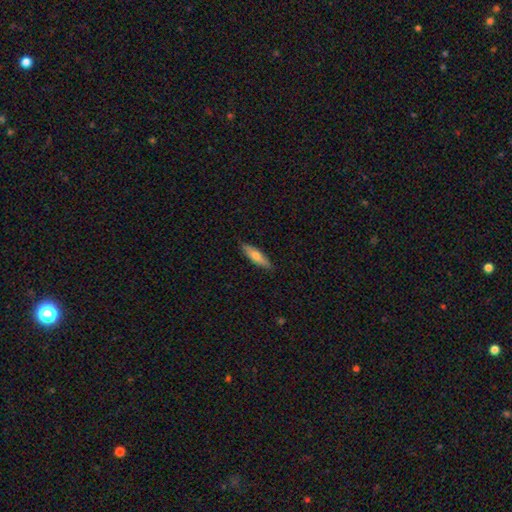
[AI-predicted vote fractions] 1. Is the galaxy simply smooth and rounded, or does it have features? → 70% smooth, 25% featured or disk, 6% star or artifact.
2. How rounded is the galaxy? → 65% cigar-shaped, 33% in between, 2% round.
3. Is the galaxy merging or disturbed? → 88% none, 9% minor disturbance, 2% major disturbance, 1% merger.